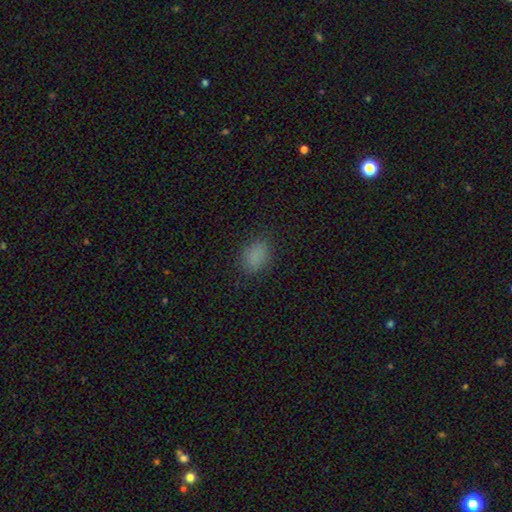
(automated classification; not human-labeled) Morphology: type=smooth (83%); roundness=in between (79%); merging=none (83%).